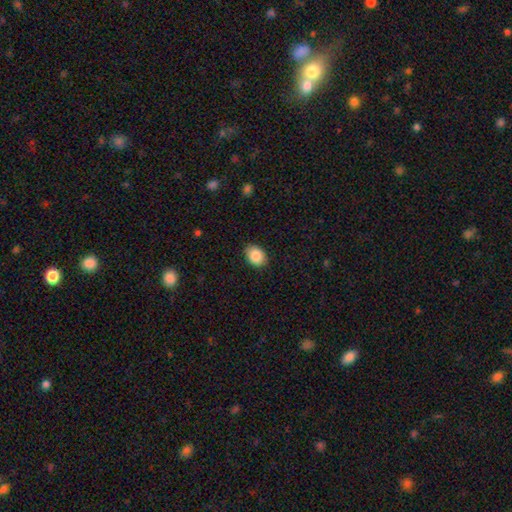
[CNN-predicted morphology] Smooth or featured?
  - smooth: 89% *
  - star or artifact: 7%
  - featured or disk: 4%
How rounded?
  - in between: 75% *
  - round: 24%
  - cigar-shaped: 1%
Merging?
  - none: 86% *
  - minor disturbance: 11%
  - major disturbance: 2%
  - merger: 1%